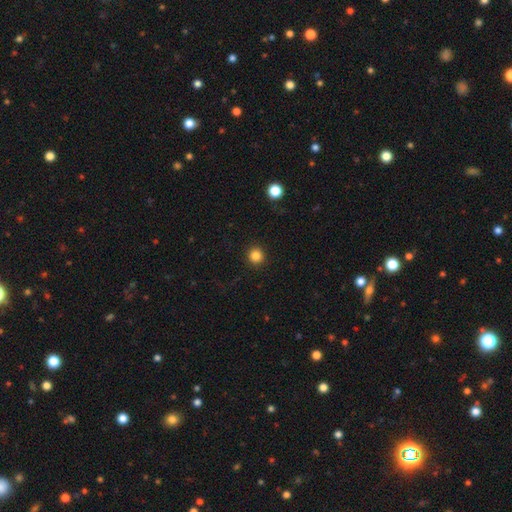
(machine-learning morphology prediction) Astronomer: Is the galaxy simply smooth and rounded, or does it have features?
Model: smooth — 85%.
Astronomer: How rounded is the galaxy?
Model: round — 94%.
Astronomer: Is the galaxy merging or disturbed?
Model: none — 92%.